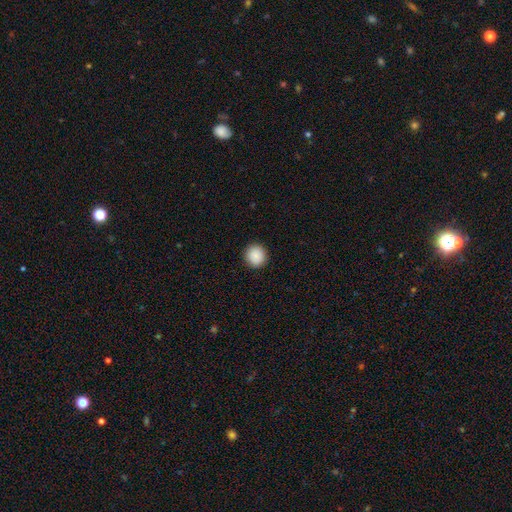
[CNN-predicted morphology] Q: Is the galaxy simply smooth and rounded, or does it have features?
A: smooth — 89%.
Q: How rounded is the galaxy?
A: round — 91%.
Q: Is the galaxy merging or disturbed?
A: none — 92%.